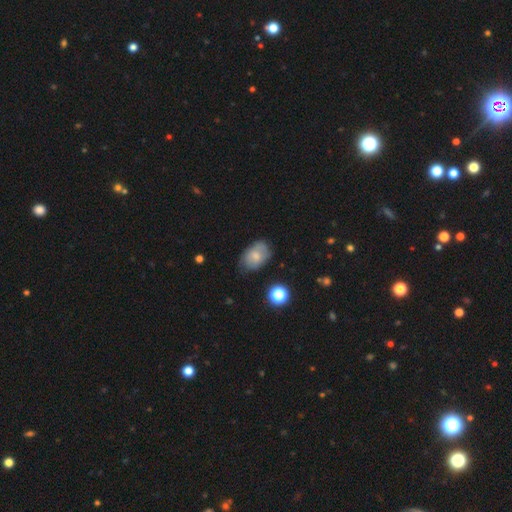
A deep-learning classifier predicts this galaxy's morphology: Smooth or featured: smooth — 68% (featured or disk — 23%)
How rounded: in between — 81% (round — 18%)
Merging: none — 62% (minor disturbance — 28%)